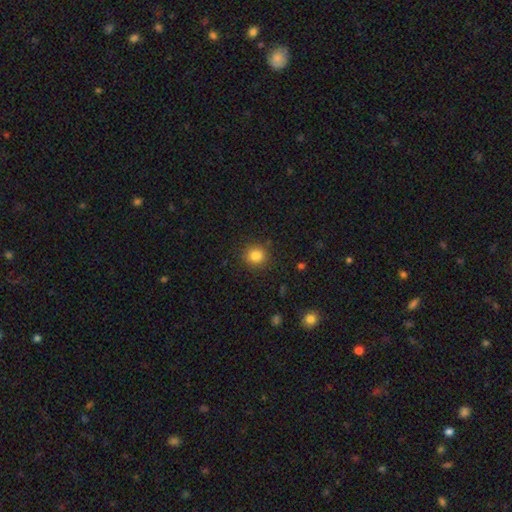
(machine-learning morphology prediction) Smooth or featured?
  - smooth: 84% *
  - star or artifact: 11%
  - featured or disk: 5%
How rounded?
  - round: 89% *
  - in between: 10%
  - cigar-shaped: 1%
Merging?
  - none: 89% *
  - minor disturbance: 7%
  - major disturbance: 3%
  - merger: 1%